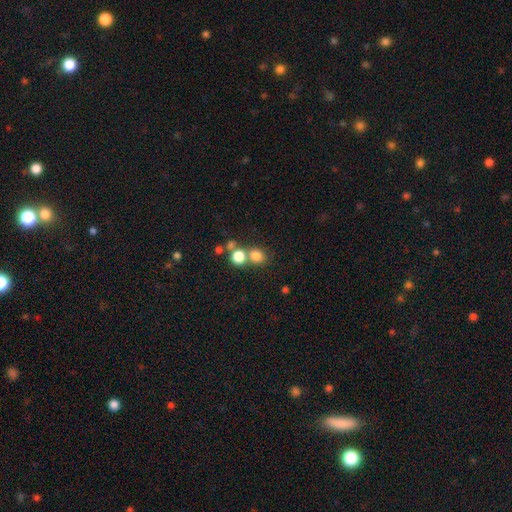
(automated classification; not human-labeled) This is likely a smooth galaxy (77%). How rounded: likely round (78%). Merging: possibly none (52%).